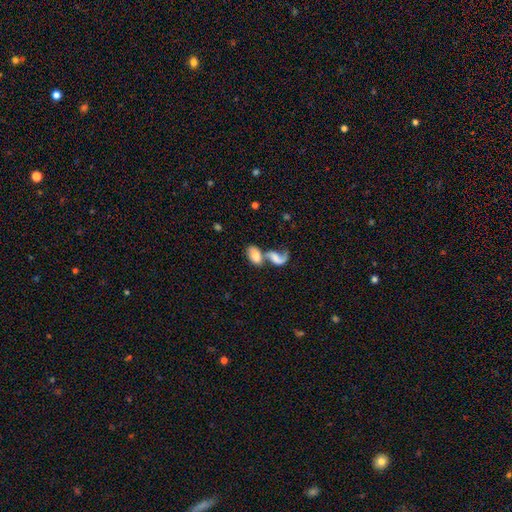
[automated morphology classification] This appears to be a smooth galaxy with no disk features (63%) that is in between round and cigar-shaped (89%). Merging: merger (71%).